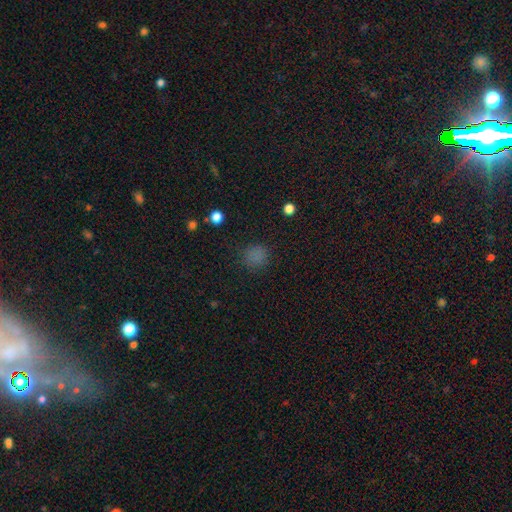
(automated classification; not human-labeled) smooth-or-featured: smooth: 77% | star or artifact: 18% | featured or disk: 4%
  how-rounded: round: 89% | in between: 10% | cigar-shaped: 1%
  merging: none: 85% | minor disturbance: 10% | major disturbance: 4% | merger: 1%